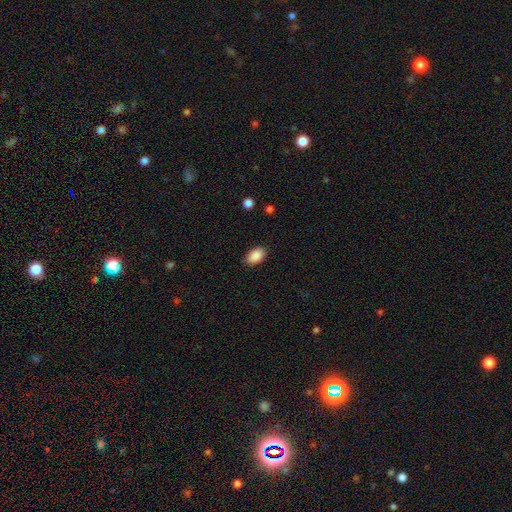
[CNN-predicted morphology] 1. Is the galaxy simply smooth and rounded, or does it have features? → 89% smooth, 7% star or artifact, 4% featured or disk.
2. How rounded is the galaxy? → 91% in between, 8% round, 1% cigar-shaped.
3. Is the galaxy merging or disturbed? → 87% none, 10% minor disturbance, 2% major disturbance, 1% merger.